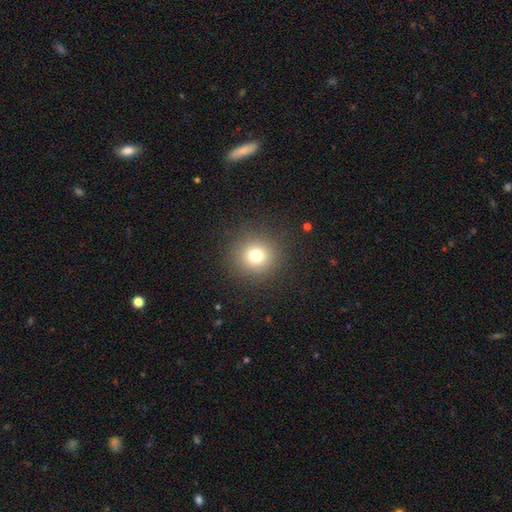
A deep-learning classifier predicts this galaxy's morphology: Smooth or featured? Predicted: smooth (p=0.75). How rounded? Predicted: round (p=0.94). Merging? Predicted: none (p=0.90).